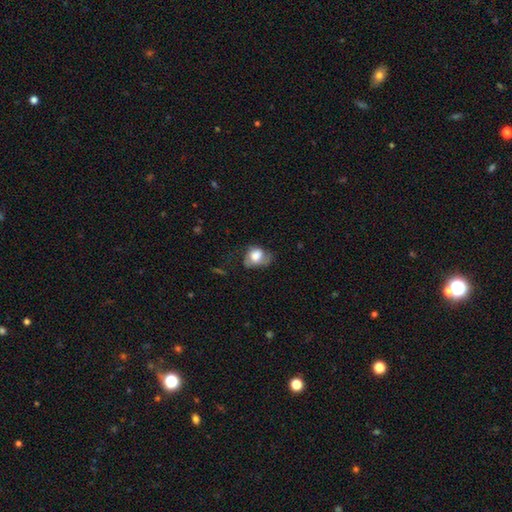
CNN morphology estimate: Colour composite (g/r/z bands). It shows a smooth galaxy with no disk features (67%) that is in between round and cigar-shaped (60%). Merging: none (35%).